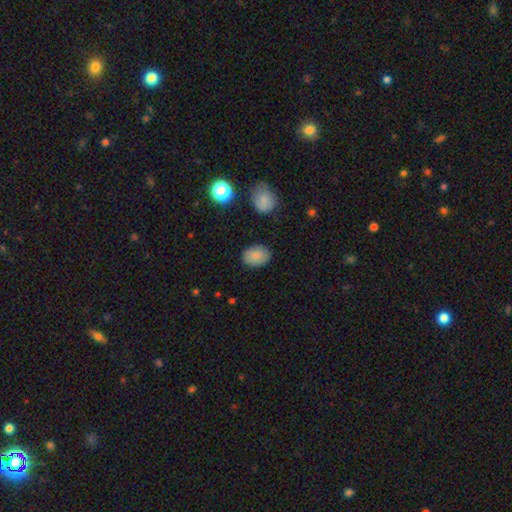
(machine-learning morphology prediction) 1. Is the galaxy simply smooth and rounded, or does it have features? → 85% smooth, 8% star or artifact, 7% featured or disk.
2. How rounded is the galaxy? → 79% in between, 20% round, 1% cigar-shaped.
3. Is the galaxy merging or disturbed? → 85% none, 11% minor disturbance, 3% major disturbance, 2% merger.